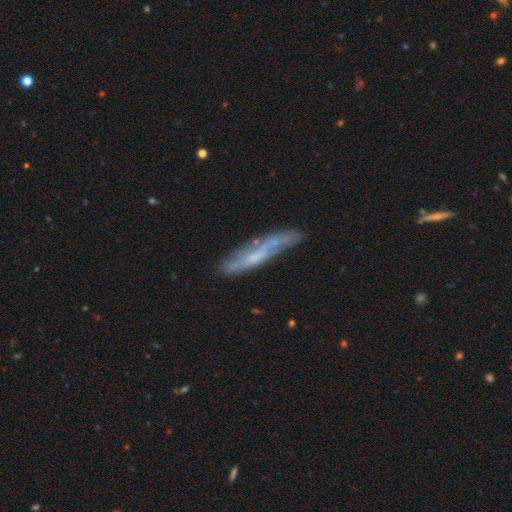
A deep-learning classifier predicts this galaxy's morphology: A featured or disk galaxy (54%) viewed edge-on (56%).

Vote fractions:
- Smooth or featured? featured or disk: 54% / smooth: 38% / star or artifact: 8%
- Edge-on disk? yes: 56% / no: 44%
- Merging? none: 59% / minor disturbance: 24% / major disturbance: 10% / merger: 7%